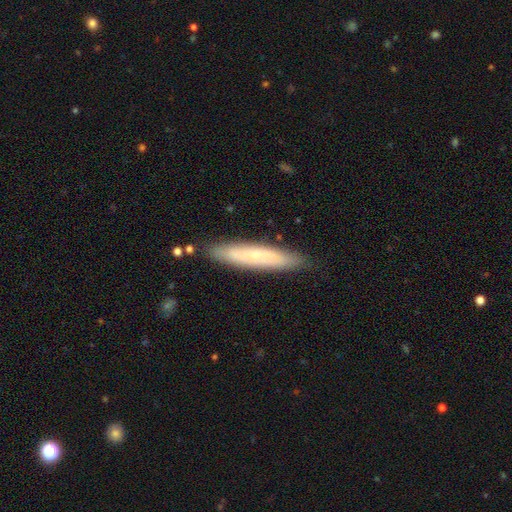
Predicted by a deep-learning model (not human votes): A smooth galaxy with no disk features (57%) that is cigar-shaped (88%). Merging: none (86%).